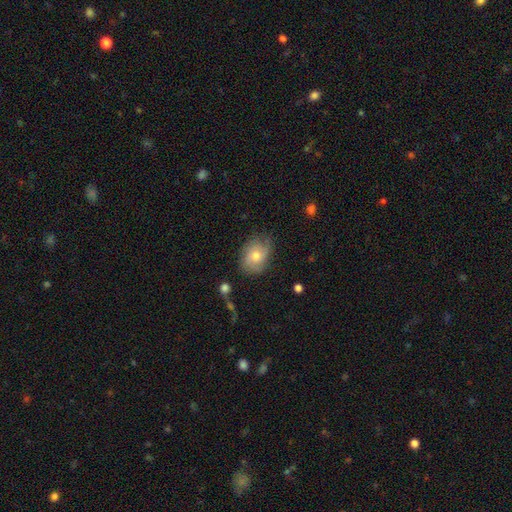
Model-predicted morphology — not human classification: Q: Smooth or featured?
A: smooth (51%); runner-up: featured or disk (40%)
Q: How rounded?
A: in between (63%); runner-up: round (36%)
Q: Merging?
A: none (67%); runner-up: minor disturbance (25%)